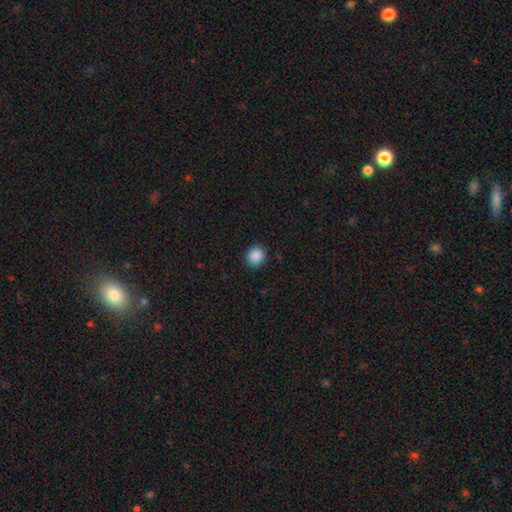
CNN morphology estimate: Smooth or featured? Predicted: smooth (p=0.89). How rounded? Predicted: round (p=0.82). Merging? Predicted: none (p=0.89).